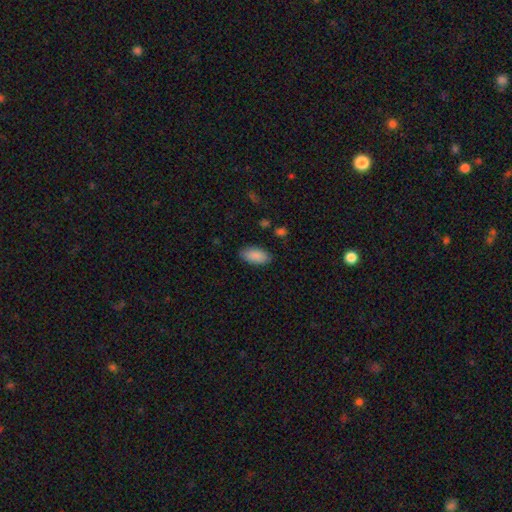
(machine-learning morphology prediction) Overall: smooth (89%). How rounded: in between (94%). Merging: none (86%).